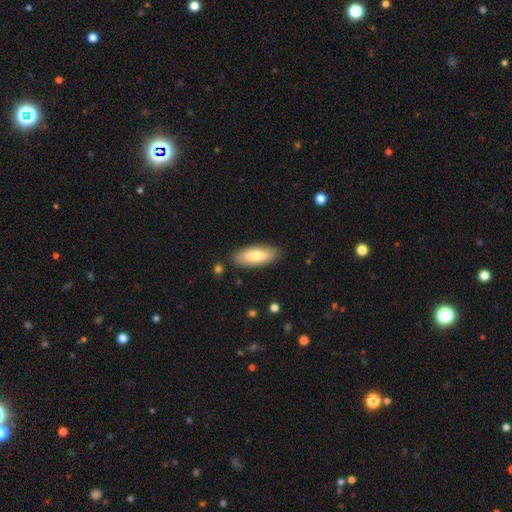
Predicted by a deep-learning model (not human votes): Smooth or featured? Predicted: smooth (p=0.74). How rounded? Predicted: in between (p=0.73). Merging? Predicted: none (p=0.85).